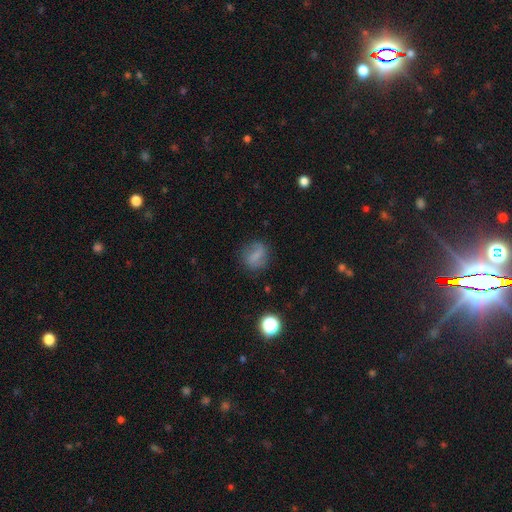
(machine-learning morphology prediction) This is likely a smooth galaxy (63%). How rounded: likely round (60%). Merging: likely none (73%).